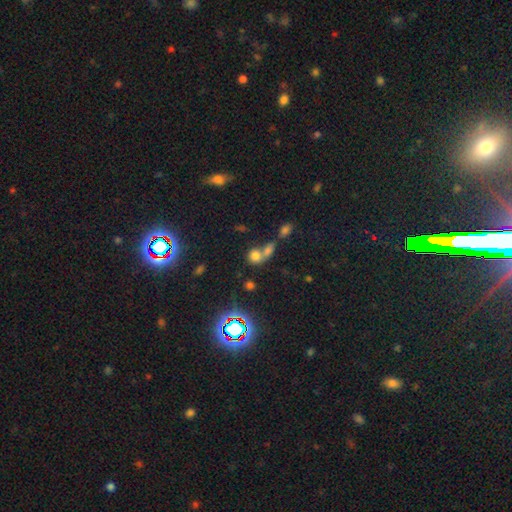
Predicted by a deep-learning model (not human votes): Morphology: type=smooth (65%); roundness=round (70%); merging=merger (55%).